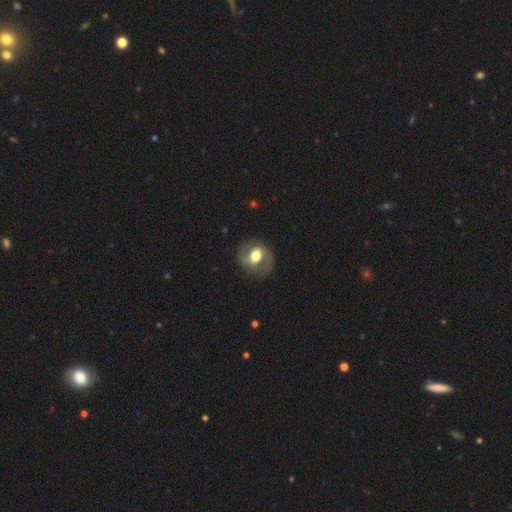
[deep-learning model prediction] This appears to be a featured or disk galaxy (55%) with a weak bar (39%), spiral arms (62%) and a moderate central bulge (58%). Merging: none (78%).